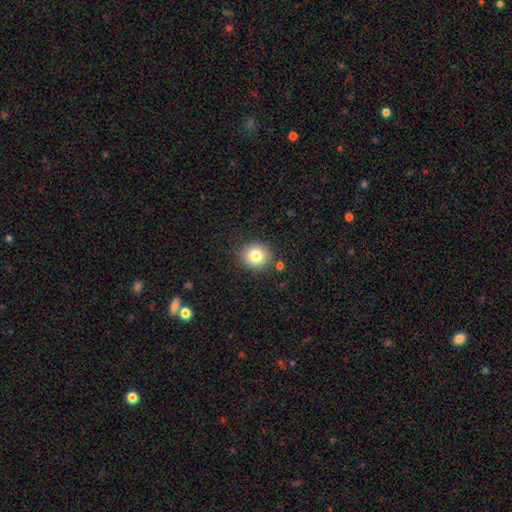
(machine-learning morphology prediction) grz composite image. It shows a smooth galaxy with no disk features (80%) that is round (86%). Merging: none (86%).